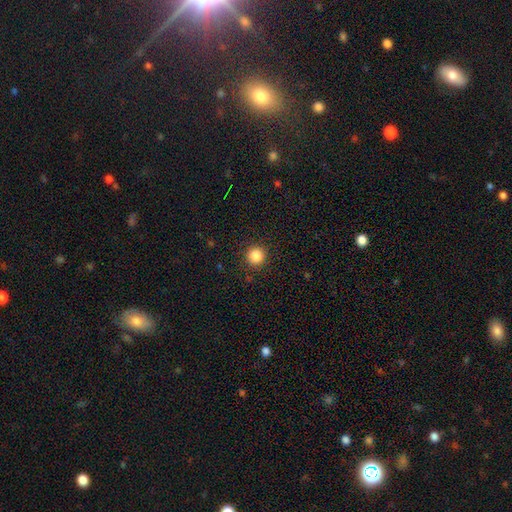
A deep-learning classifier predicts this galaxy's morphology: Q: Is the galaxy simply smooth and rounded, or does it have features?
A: smooth — 85%.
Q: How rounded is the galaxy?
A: round — 95%.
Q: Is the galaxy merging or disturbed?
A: none — 91%.